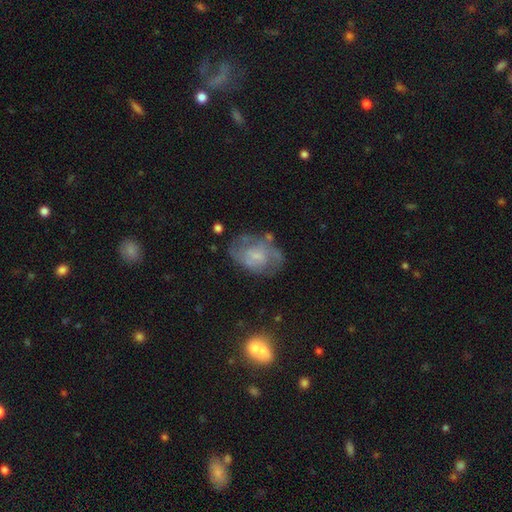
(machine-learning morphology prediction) smooth_or_featured: featured or disk (p=0.63) [alt: smooth p=0.28]
disk_edge_on: no (p=0.97) [alt: yes p=0.03]
bar: no (p=0.59) [alt: weak p=0.35]
has_spiral_arms: yes (p=0.69) [alt: no p=0.31]
bulge_size: small (p=0.52) [alt: moderate p=0.23]
merging: none (p=0.57) [alt: minor disturbance p=0.23]